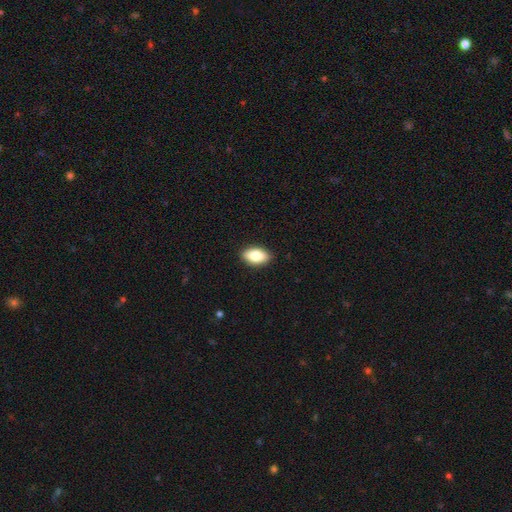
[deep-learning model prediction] This is clearly a smooth galaxy (82%). How rounded: clearly in between (92%). Merging: clearly none (90%).